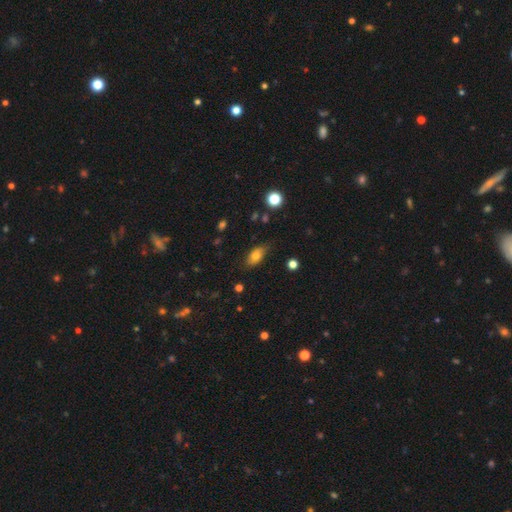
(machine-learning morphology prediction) Smooth or featured: smooth — 75% (featured or disk — 16%)
How rounded: in between — 86% (cigar-shaped — 8%)
Merging: none — 73% (minor disturbance — 21%)